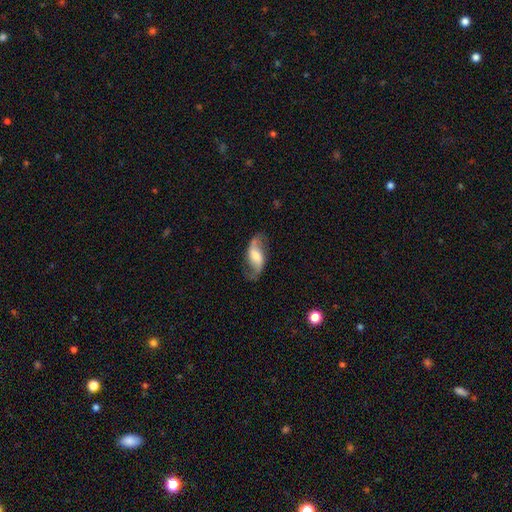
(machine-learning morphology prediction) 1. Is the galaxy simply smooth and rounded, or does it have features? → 77% featured or disk, 17% smooth, 6% star or artifact.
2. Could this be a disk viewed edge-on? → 94% no, 6% yes.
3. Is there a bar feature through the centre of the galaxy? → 43% weak, 32% no, 25% strong.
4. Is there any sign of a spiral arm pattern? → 94% yes, 6% no.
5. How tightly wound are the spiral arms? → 73% loose, 22% medium, 6% tight.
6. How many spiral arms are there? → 92% 2, 3% can't tell, 3% 1, 1% 3, 1% 4, 1% more than 4.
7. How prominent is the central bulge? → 39% moderate, 31% small, 16% large, 11% none, 3% dominant.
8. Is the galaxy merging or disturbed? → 73% none, 17% minor disturbance, 9% major disturbance, 2% merger.